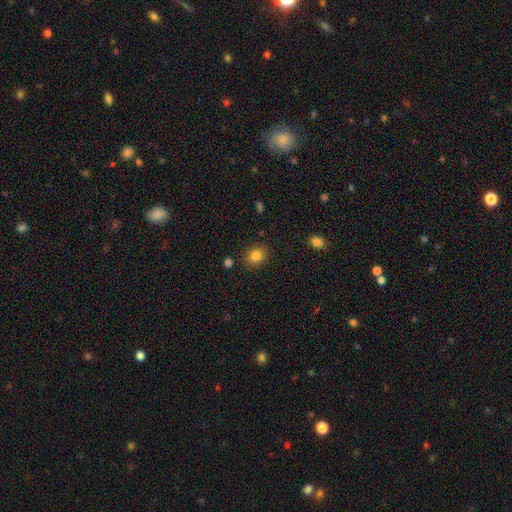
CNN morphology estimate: Smooth or featured: smooth — 83% (star or artifact — 11%)
How rounded: round — 62% (in between — 37%)
Merging: none — 86% (minor disturbance — 9%)